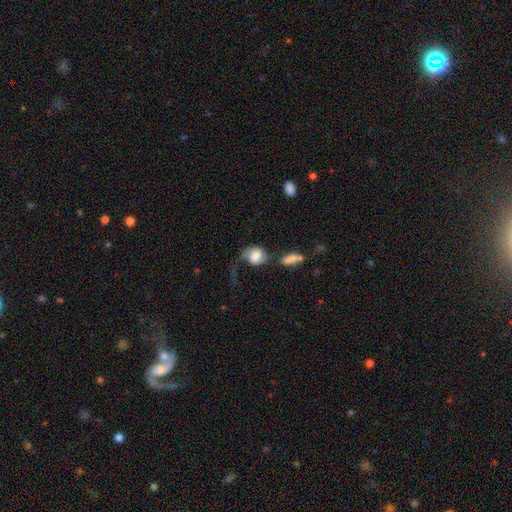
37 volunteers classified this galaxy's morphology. A smooth galaxy with no disk features (62%) that is round (61%).

Vote fractions:
- Smooth or featured? smooth: 62% / featured or disk: 38% / star or artifact: 0%
- How rounded? round: 61% / in between: 39% / cigar-shaped: 0%
- Merging? major disturbance: 51% / none: 24% / merger: 14% / minor disturbance: 11%